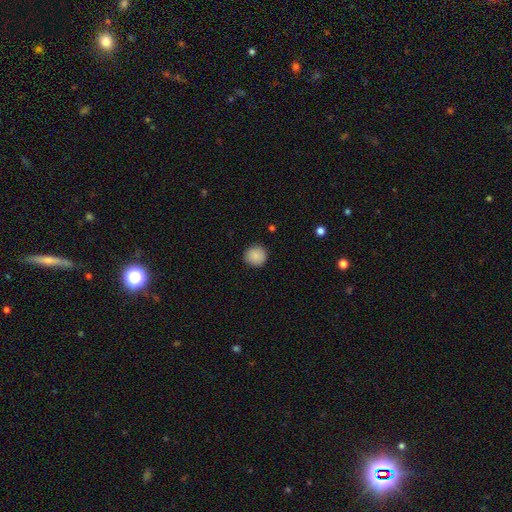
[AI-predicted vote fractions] This is clearly a smooth galaxy (88%). How rounded: clearly round (94%). Merging: clearly none (91%).